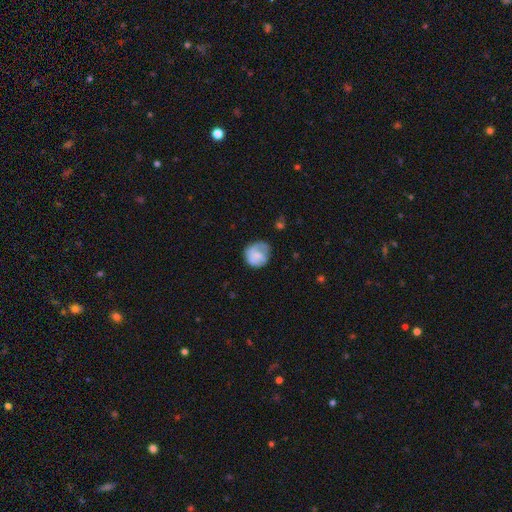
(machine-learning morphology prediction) Smooth or featured? smooth (55%)
How rounded? round (79%)
Merging? none (53%)